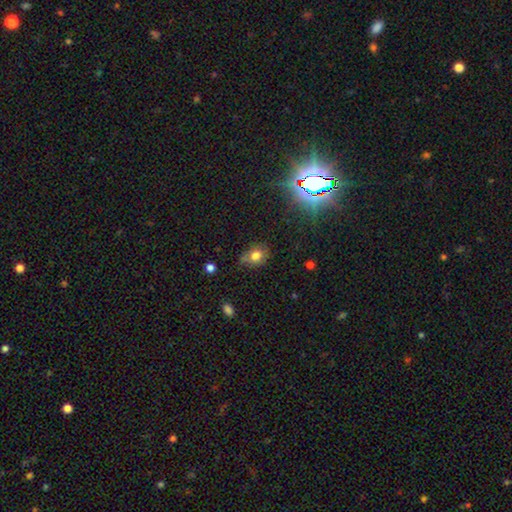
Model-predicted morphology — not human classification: smooth_or_featured: smooth (p=0.75) [alt: star or artifact p=0.13]
how_rounded: round (p=0.51) [alt: in between p=0.48]
merging: none (p=0.63) [alt: minor disturbance p=0.25]